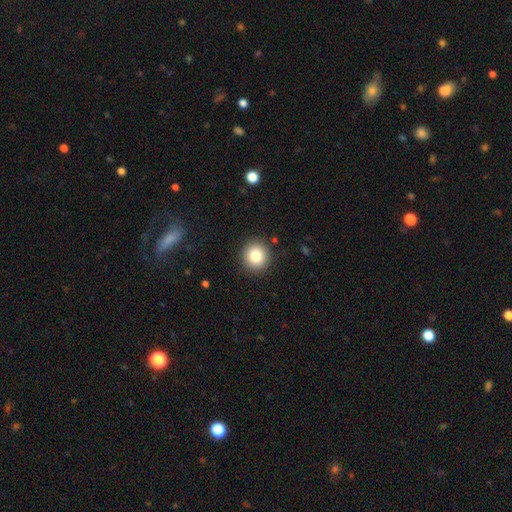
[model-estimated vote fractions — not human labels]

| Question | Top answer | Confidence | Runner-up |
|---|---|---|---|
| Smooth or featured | smooth | 82% | star or artifact (10%) |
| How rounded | round | 92% | in between (8%) |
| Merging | none | 90% | minor disturbance (6%) |